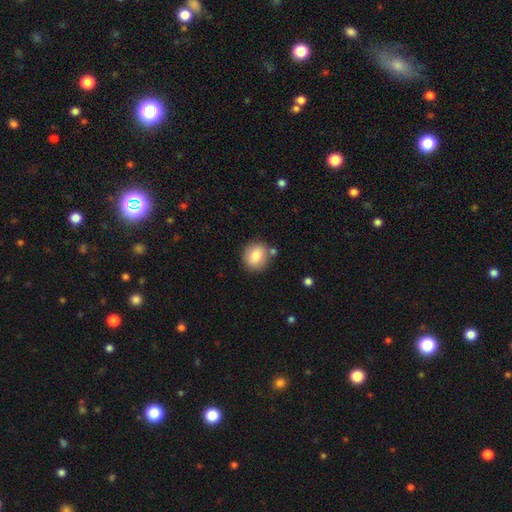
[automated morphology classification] The model was most divided on "how rounded": round: 75%, in between: 23%, cigar-shaped: 1%. More confident: smooth or featured — smooth (82%); merging — none (79%).